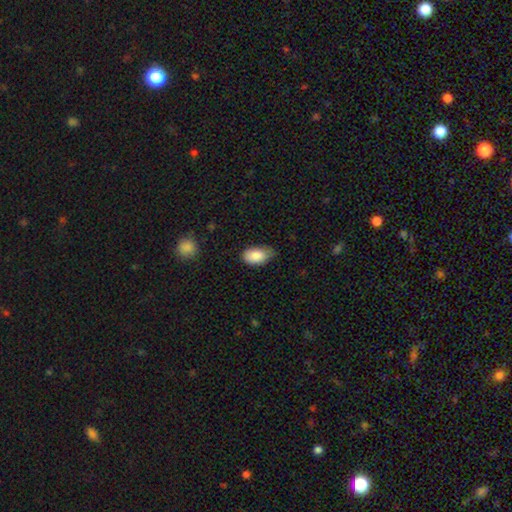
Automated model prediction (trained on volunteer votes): The model was most divided on "merging": none: 60%, minor disturbance: 32%, major disturbance: 6%, merger: 1%. More confident: how rounded — in between (93%); smooth or featured — smooth (87%).